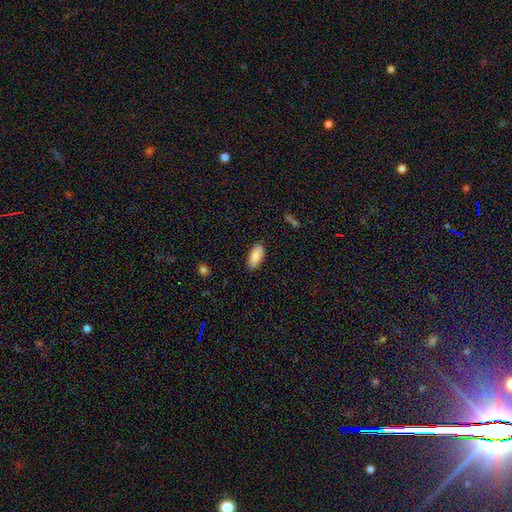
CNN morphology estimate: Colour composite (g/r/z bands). It shows a smooth galaxy with no disk features (87%) that is in between round and cigar-shaped (90%). Merging: none (85%).